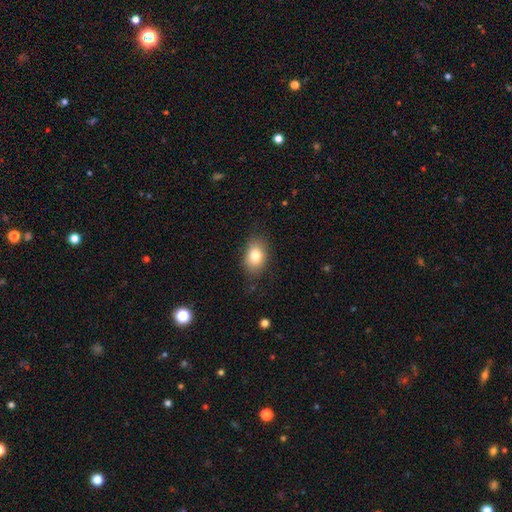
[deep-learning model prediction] Smooth or featured? Predicted: smooth (p=0.81). How rounded? Predicted: in between (p=0.78). Merging? Predicted: none (p=0.81).